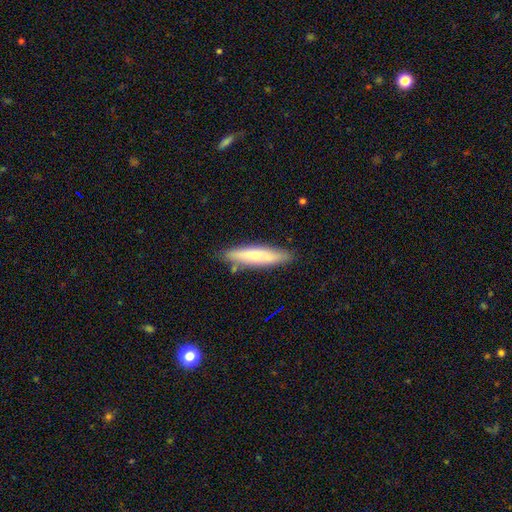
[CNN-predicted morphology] Smooth or featured? Predicted: smooth (p=0.68). How rounded? Predicted: cigar-shaped (p=0.84). Merging? Predicted: none (p=0.83).